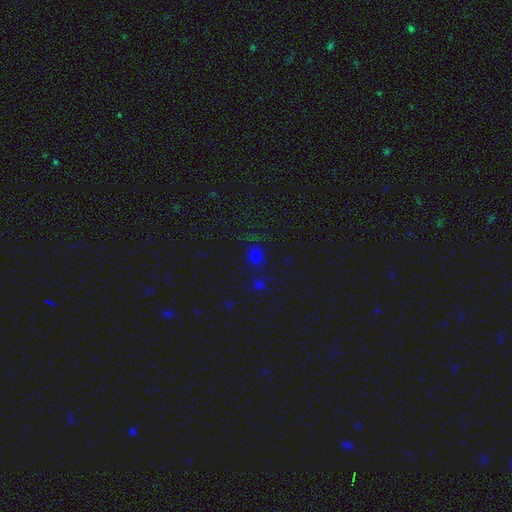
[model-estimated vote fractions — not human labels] The model was most divided on "smooth or featured": smooth: 66%, star or artifact: 29%, featured or disk: 5%. More confident: how rounded — round (77%); merging — none (74%).